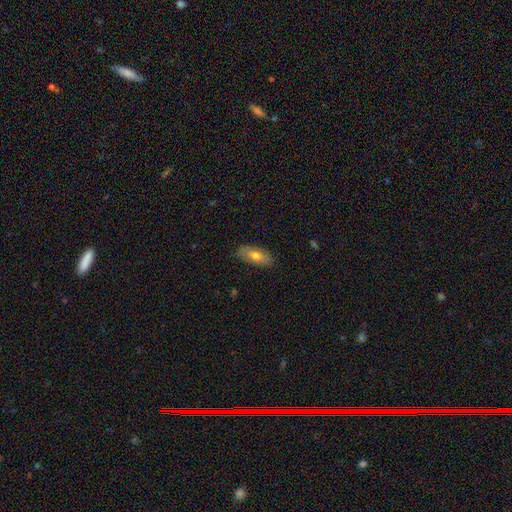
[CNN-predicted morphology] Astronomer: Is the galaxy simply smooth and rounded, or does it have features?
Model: smooth — 69%.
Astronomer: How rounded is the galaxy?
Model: in between — 74%.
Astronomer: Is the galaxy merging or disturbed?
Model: none — 83%.